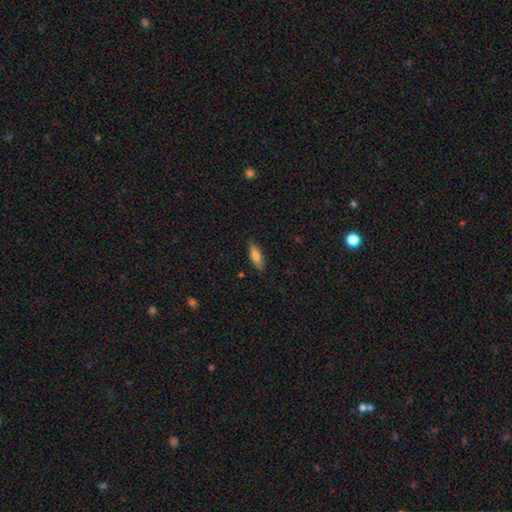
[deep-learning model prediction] Smooth or featured?
  - smooth: 71% *
  - featured or disk: 23%
  - star or artifact: 6%
How rounded?
  - cigar-shaped: 51% *
  - in between: 47%
  - round: 2%
Merging?
  - none: 85% *
  - minor disturbance: 12%
  - major disturbance: 2%
  - merger: 1%